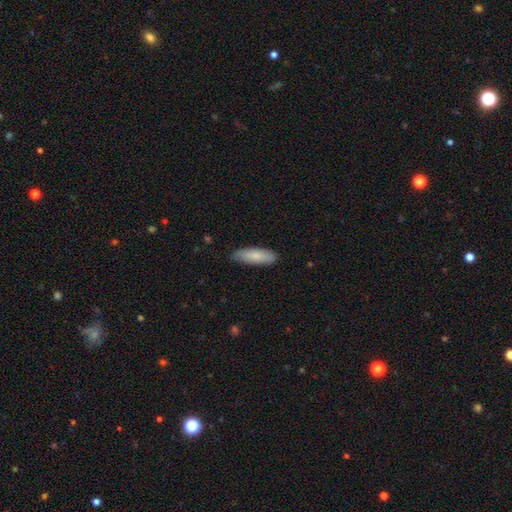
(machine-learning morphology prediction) type=smooth (82%); roundness=in between (54%); merging=none (81%).